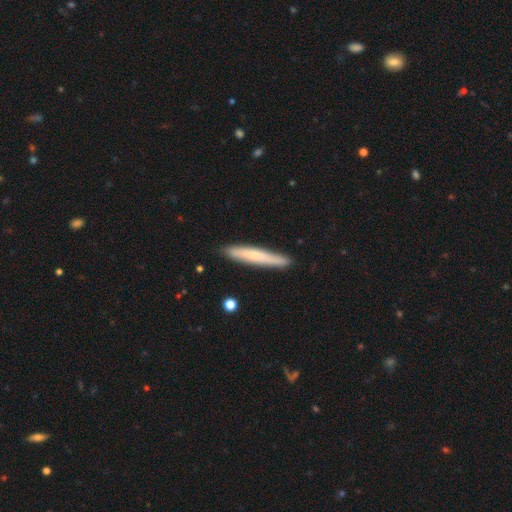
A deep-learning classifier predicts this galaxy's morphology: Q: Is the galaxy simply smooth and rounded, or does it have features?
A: smooth — 61%.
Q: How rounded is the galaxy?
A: cigar-shaped — 95%.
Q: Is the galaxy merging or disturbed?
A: none — 87%.